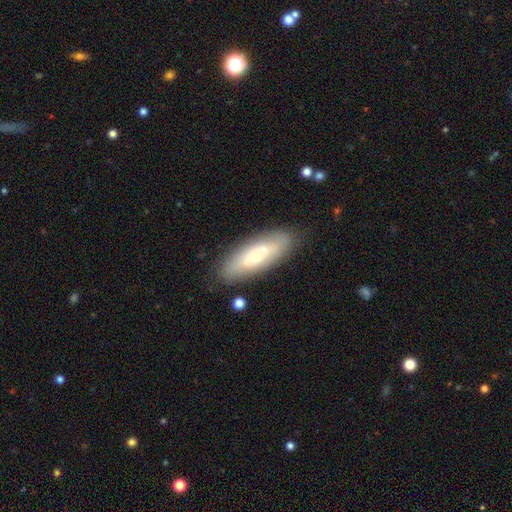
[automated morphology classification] Q: Smooth or featured?
A: smooth (53%); runner-up: featured or disk (40%)
Q: How rounded?
A: in between (61%); runner-up: cigar-shaped (37%)
Q: Merging?
A: none (79%); runner-up: minor disturbance (14%)